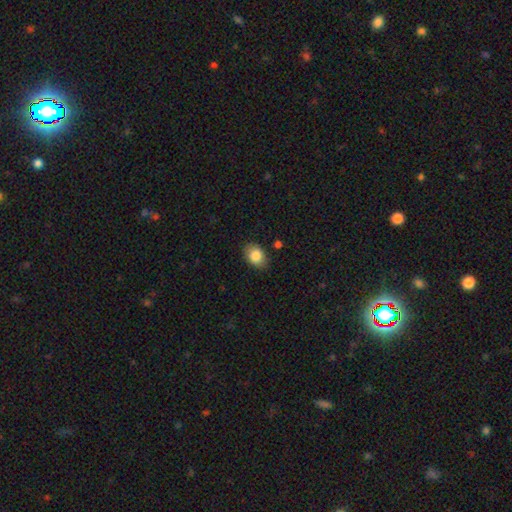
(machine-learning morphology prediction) The model was most divided on "how rounded": in between: 72%, round: 27%, cigar-shaped: 1%. More confident: smooth or featured — smooth (85%); merging — none (83%).